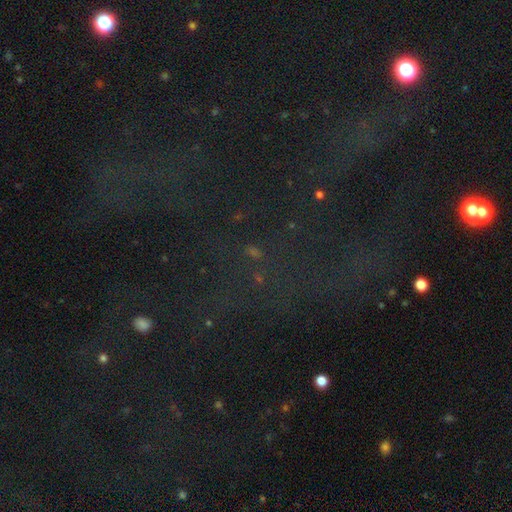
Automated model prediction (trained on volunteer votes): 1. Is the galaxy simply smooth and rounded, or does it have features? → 70% star or artifact, 17% smooth, 13% featured or disk.